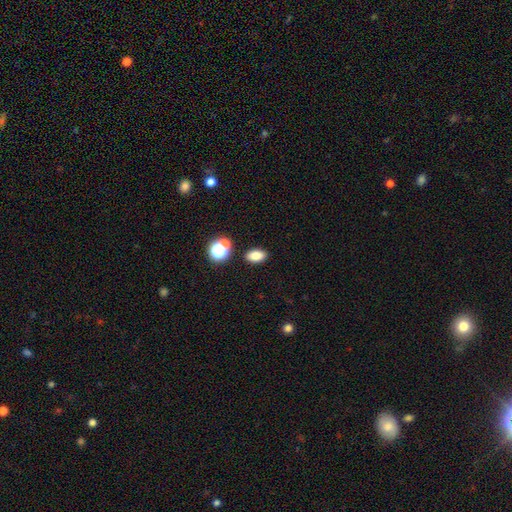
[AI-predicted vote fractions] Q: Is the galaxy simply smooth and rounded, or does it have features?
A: smooth — 80%.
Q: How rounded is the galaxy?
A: in between — 86%.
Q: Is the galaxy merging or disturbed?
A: none — 85%.